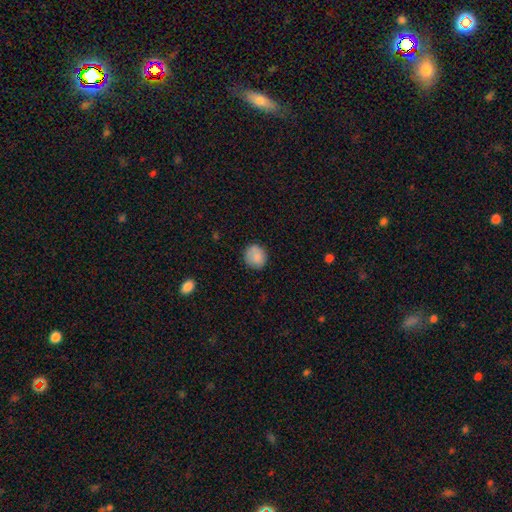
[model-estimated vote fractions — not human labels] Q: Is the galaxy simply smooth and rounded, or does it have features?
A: smooth — 86%.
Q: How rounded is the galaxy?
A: round — 82%.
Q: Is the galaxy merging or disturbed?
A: none — 82%.